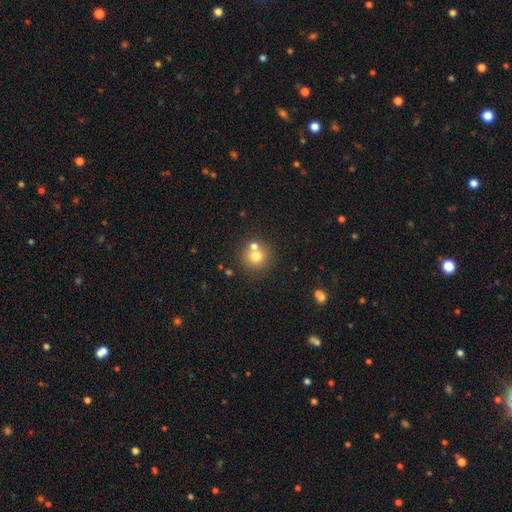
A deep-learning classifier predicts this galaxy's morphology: Smooth or featured? smooth (71%)
How rounded? round (91%)
Merging? none (61%)